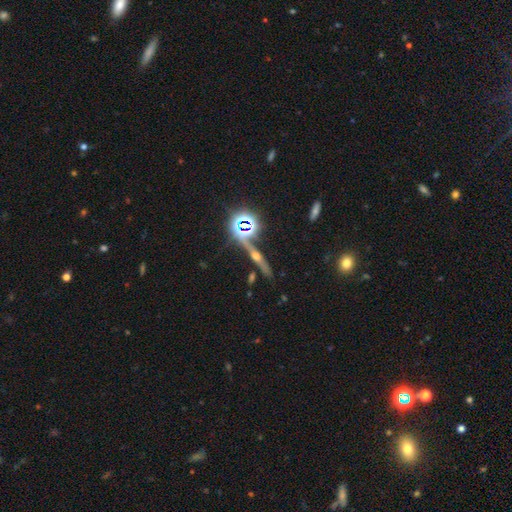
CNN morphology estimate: The model was most divided on "smooth or featured": featured or disk: 58%, star or artifact: 28%, smooth: 14%. More confident: edge-on bulge — rounded (91%); edge-on disk — yes (89%); merging — none (77%).